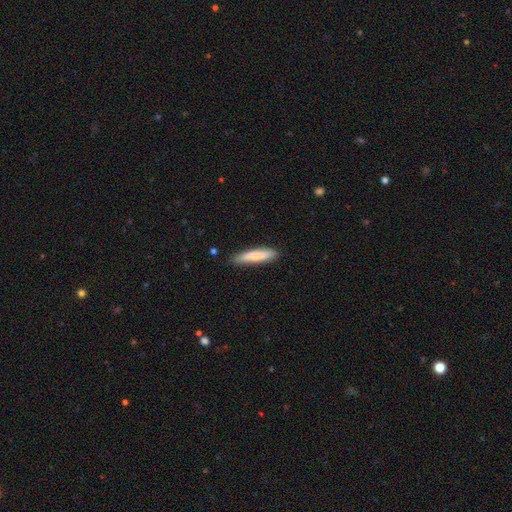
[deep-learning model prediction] Morphology: type=smooth (80%); roundness=cigar-shaped (84%); merging=none (86%).